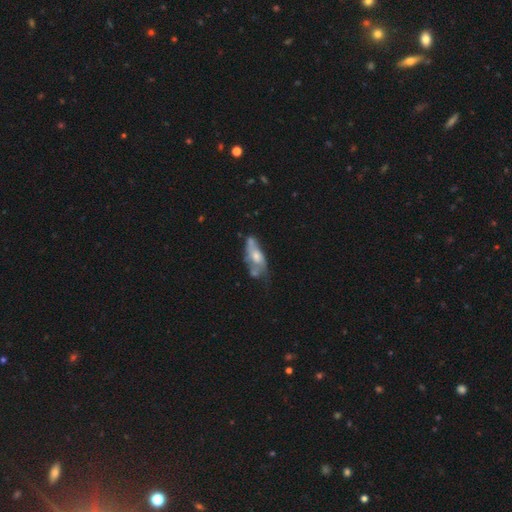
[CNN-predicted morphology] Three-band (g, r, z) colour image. It shows a featured or disk galaxy (50%). Merging: none (31%).